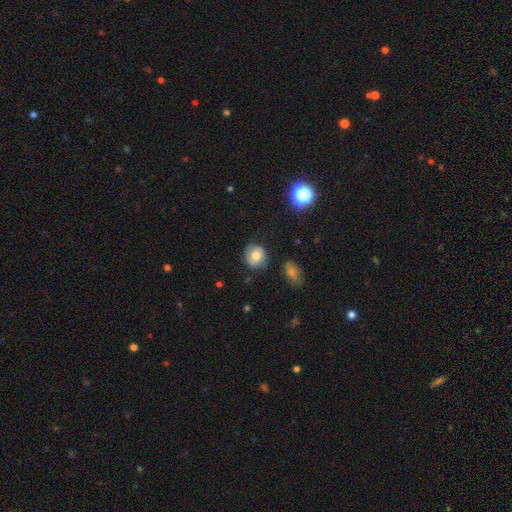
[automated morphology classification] Smooth or featured? smooth (70%)
How rounded? round (82%)
Merging? none (80%)